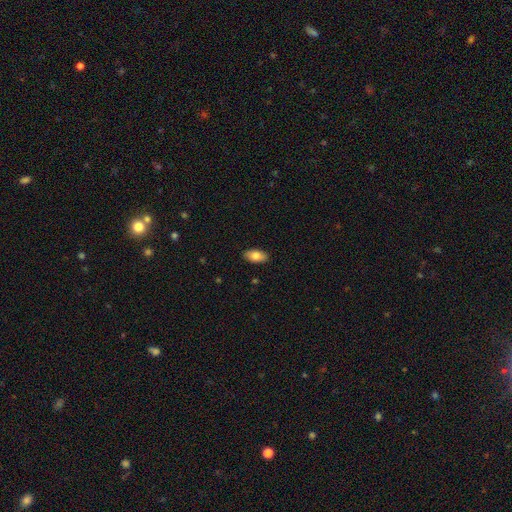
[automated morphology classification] Smooth or featured: smooth — 82% (featured or disk — 11%)
How rounded: in between — 93% (cigar-shaped — 4%)
Merging: none — 89% (minor disturbance — 8%)